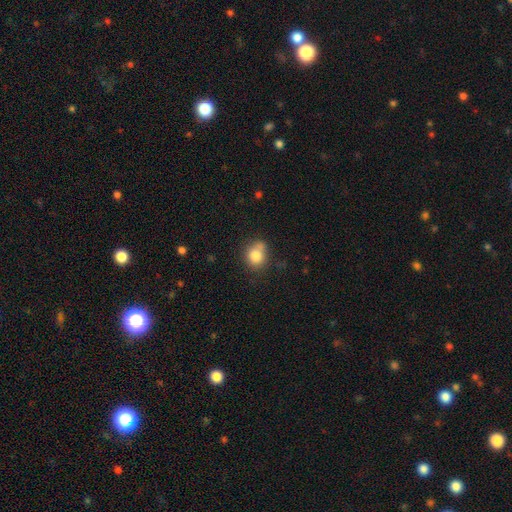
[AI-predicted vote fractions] A smooth galaxy with no disk features (80%) that is round (70%).

Vote fractions:
- Smooth or featured? smooth: 80% / star or artifact: 10% / featured or disk: 9%
- How rounded? round: 70% / in between: 29% / cigar-shaped: 1%
- Merging? none: 55% / minor disturbance: 22% / merger: 16% / major disturbance: 7%